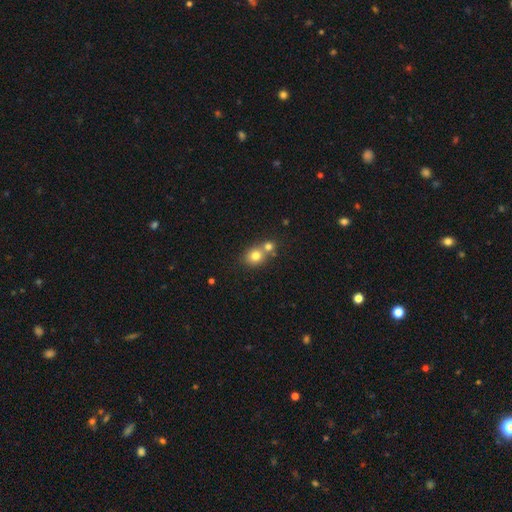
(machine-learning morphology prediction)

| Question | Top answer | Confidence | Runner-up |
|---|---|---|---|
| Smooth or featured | smooth | 76% | star or artifact (12%) |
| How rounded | round | 72% | in between (27%) |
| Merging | merger | 46% | none (44%) |